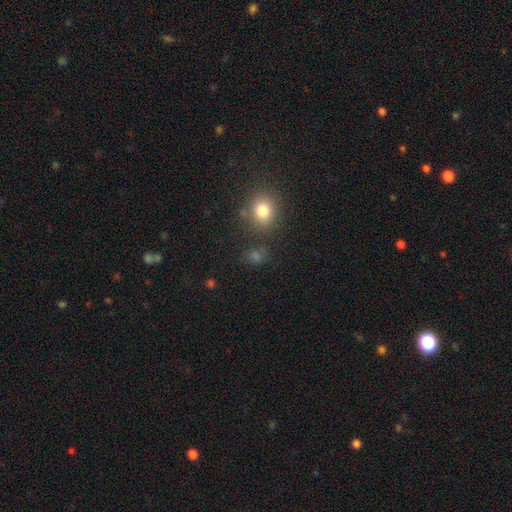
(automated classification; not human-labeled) Smooth or featured? smooth (68%)
How rounded? round (61%)
Merging? none (75%)